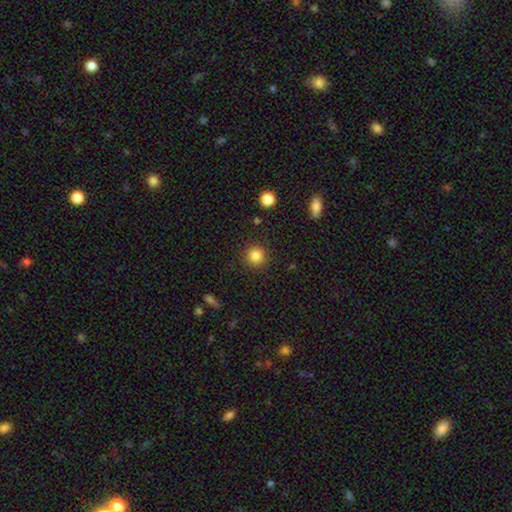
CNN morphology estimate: Smooth or featured: smooth — 84% (star or artifact — 11%)
How rounded: round — 94% (in between — 5%)
Merging: none — 89% (minor disturbance — 6%)